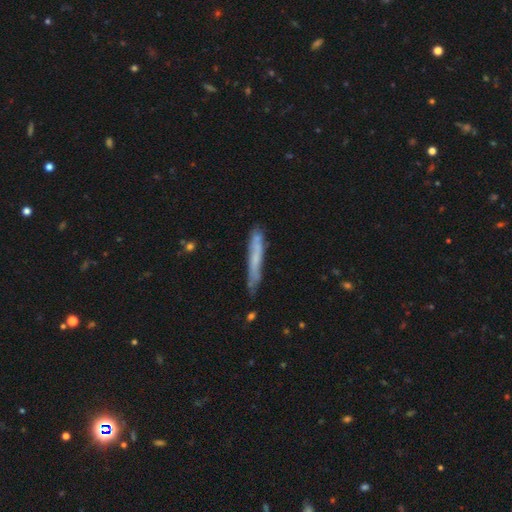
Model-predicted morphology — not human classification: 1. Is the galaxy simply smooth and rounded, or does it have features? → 54% smooth, 39% featured or disk, 7% star or artifact.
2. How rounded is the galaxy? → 95% cigar-shaped, 4% in between, 1% round.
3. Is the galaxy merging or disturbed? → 71% none, 21% minor disturbance, 4% major disturbance, 3% merger.